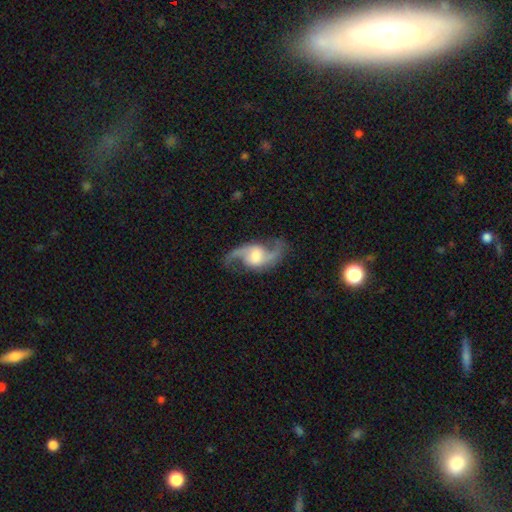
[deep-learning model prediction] Smooth or featured?
  - featured or disk: 91% *
  - smooth: 5%
  - star or artifact: 4%
Edge-on disk?
  - no: 97% *
  - yes: 3%
Bar?
  - weak: 49% *
  - no: 36%
  - strong: 14%
Spiral arms?
  - yes: 97% *
  - no: 3%
Spiral winding?
  - loose: 60% *
  - medium: 34%
  - tight: 6%
Spiral arm count?
  - 2: 94% *
  - can't tell: 2%
  - 1: 1%
  - 3: 1%
  - 4: 1%
  - more than 4: 1%
Bulge size?
  - moderate: 50% *
  - large: 27%
  - small: 15%
  - none: 5%
  - dominant: 2%
Merging?
  - none: 81% *
  - minor disturbance: 12%
  - major disturbance: 6%
  - merger: 1%